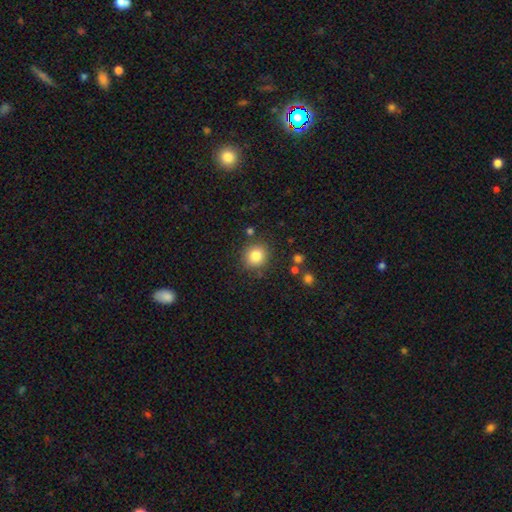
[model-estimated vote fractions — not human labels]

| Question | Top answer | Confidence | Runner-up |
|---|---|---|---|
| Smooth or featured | smooth | 82% | star or artifact (11%) |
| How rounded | round | 87% | in between (12%) |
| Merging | none | 85% | minor disturbance (9%) |